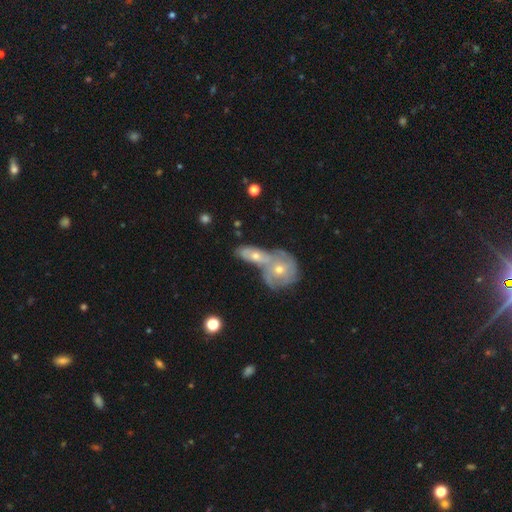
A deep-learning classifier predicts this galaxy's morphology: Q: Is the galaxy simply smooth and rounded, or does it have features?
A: featured or disk — 53%.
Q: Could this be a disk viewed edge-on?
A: no — 85%.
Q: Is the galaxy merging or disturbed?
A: merger — 62%.